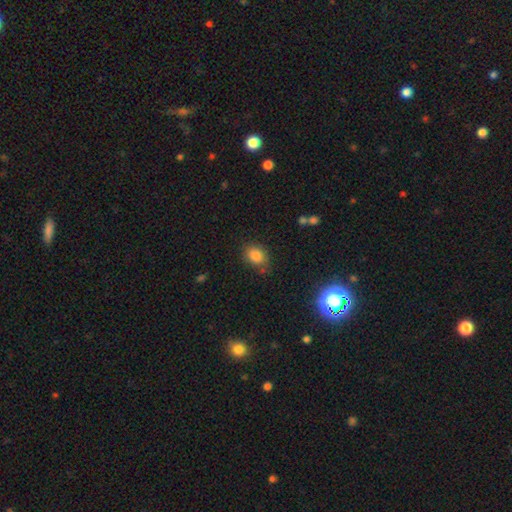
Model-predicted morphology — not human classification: A smooth galaxy with no disk features (83%) that is in between round and cigar-shaped (56%).

Vote fractions:
- Smooth or featured? smooth: 83% / star or artifact: 11% / featured or disk: 6%
- How rounded? in between: 56% / round: 43% / cigar-shaped: 1%
- Merging? none: 73% / minor disturbance: 20% / major disturbance: 5% / merger: 3%